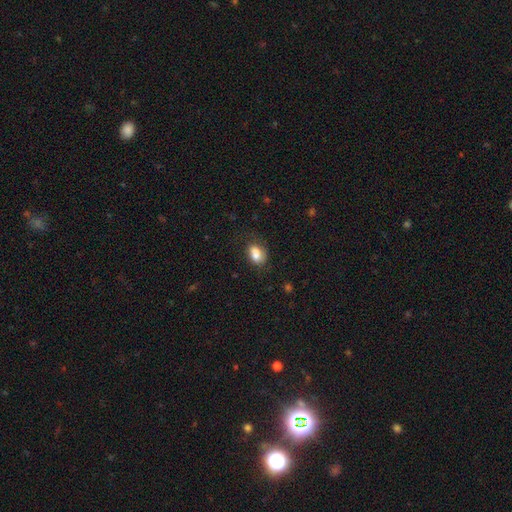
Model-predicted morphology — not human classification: The model was most divided on "merging": none: 52%, minor disturbance: 27%, major disturbance: 12%, merger: 8%. More confident: how rounded — in between (78%); smooth or featured — smooth (78%).